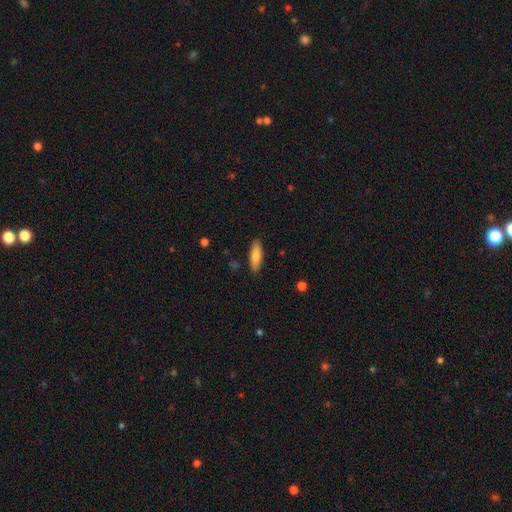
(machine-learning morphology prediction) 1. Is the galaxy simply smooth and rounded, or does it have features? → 82% smooth, 12% featured or disk, 6% star or artifact.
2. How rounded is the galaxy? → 57% in between, 41% cigar-shaped, 2% round.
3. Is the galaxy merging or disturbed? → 87% none, 10% minor disturbance, 2% major disturbance, 1% merger.